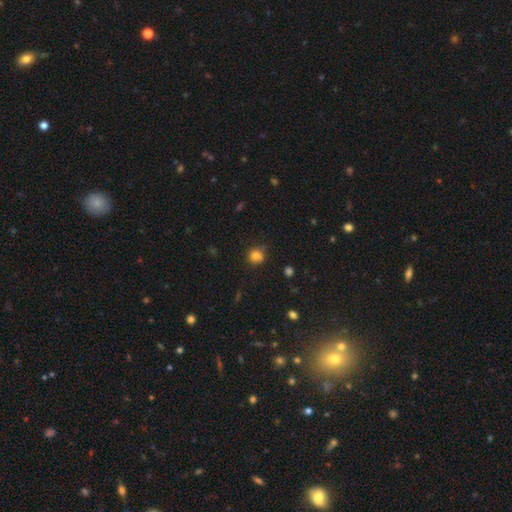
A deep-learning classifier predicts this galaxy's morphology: smooth 80%, star or artifact 13%, featured or disk 7%. Down the decision tree: how rounded — round (85%); merging — none (68%).